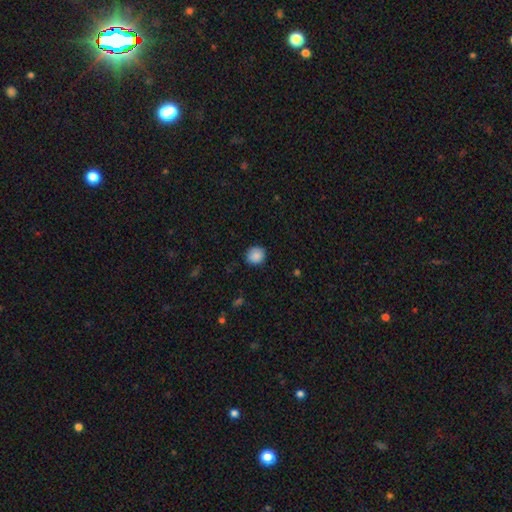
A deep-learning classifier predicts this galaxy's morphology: A smooth galaxy with no disk features (87%) that is round (88%). Merging: none (84%).